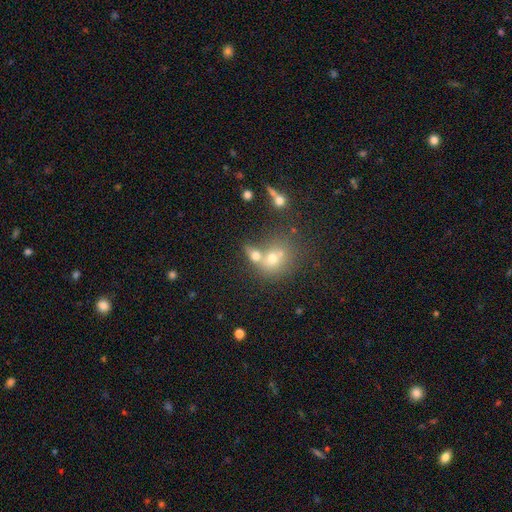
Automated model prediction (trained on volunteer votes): smooth 65%, featured or disk 21%, star or artifact 14%. Down the decision tree: how rounded — round (50%); merging — merger (53%).